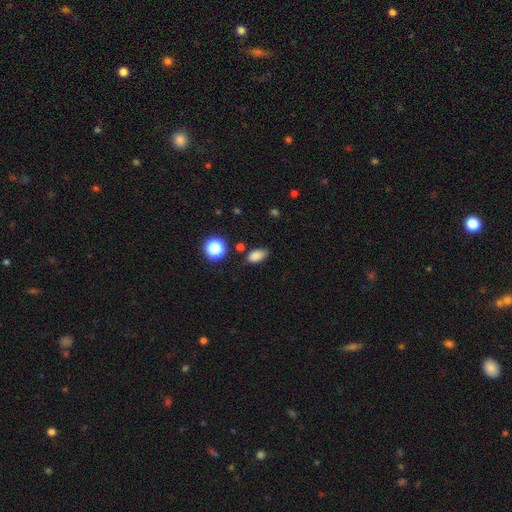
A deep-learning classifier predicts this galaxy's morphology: A smooth galaxy with no disk features (83%) that is in between round and cigar-shaped (87%).

Vote fractions:
- Smooth or featured? smooth: 83% / star or artifact: 13% / featured or disk: 5%
- How rounded? in between: 87% / round: 11% / cigar-shaped: 2%
- Merging? none: 77% / minor disturbance: 16% / major disturbance: 3% / merger: 3%